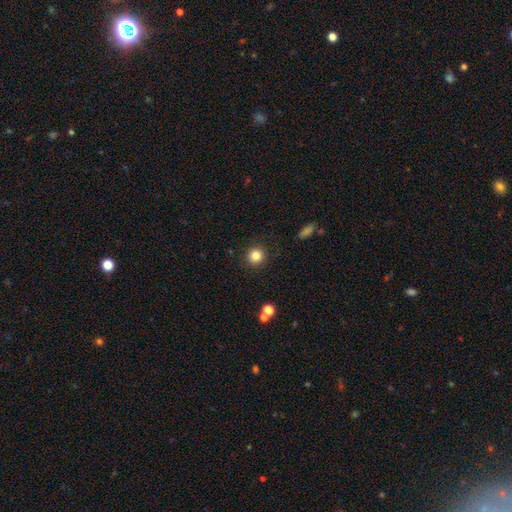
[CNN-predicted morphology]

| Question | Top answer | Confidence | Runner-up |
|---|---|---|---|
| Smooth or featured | smooth | 83% | star or artifact (11%) |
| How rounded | round | 94% | in between (5%) |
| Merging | none | 91% | minor disturbance (6%) |